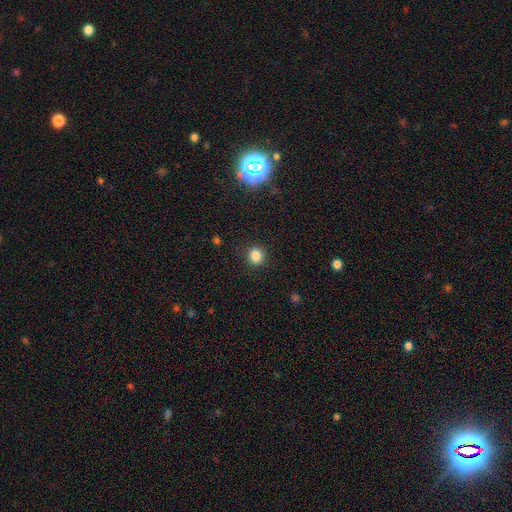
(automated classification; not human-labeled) Smooth or featured? smooth (83%)
How rounded? round (79%)
Merging? none (90%)